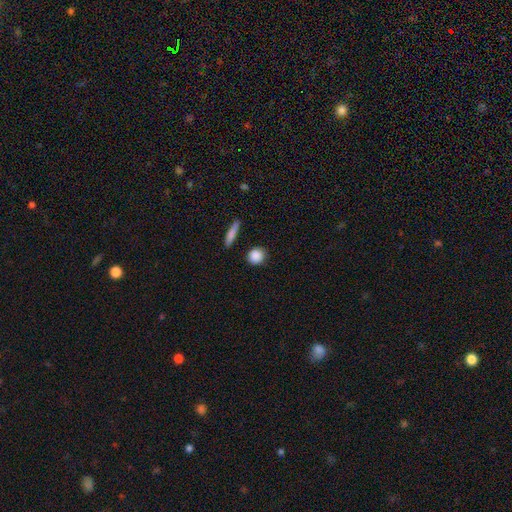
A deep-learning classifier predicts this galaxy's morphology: Smooth or featured?
  - smooth: 88% *
  - star or artifact: 8%
  - featured or disk: 5%
How rounded?
  - round: 85% *
  - in between: 12%
  - cigar-shaped: 3%
Merging?
  - none: 86% *
  - minor disturbance: 9%
  - merger: 3%
  - major disturbance: 2%